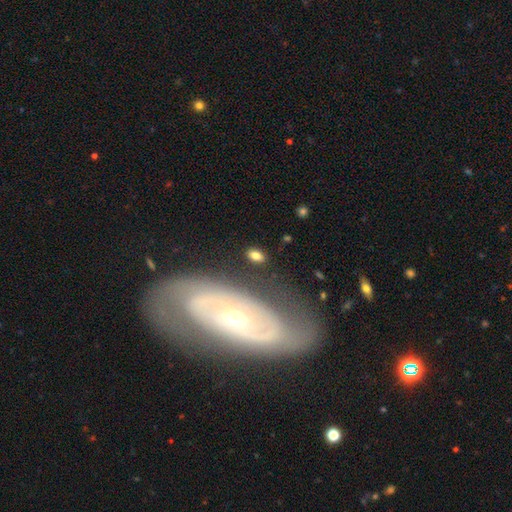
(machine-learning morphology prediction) Smooth or featured? smooth (79%)
How rounded? in between (85%)
Merging? none (82%)